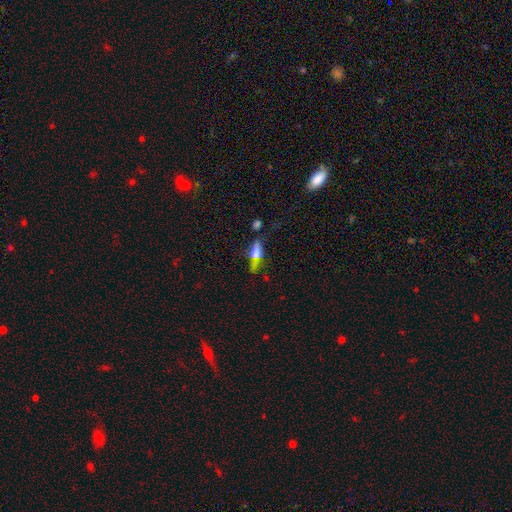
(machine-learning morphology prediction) Smooth or featured?
  - smooth: 43% * (tied)
  - featured or disk: 43% * (tied)
  - star or artifact: 14%
Merging?
  - none: 63% *
  - minor disturbance: 20%
  - major disturbance: 10%
  - merger: 8%